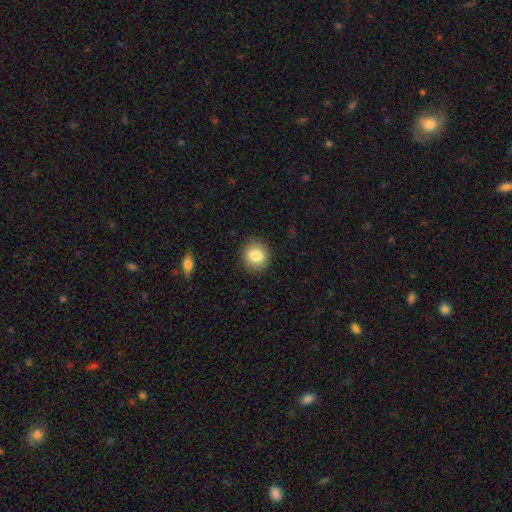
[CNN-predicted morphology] A smooth galaxy with no disk features (83%) that is round (80%). Merging: none (89%).